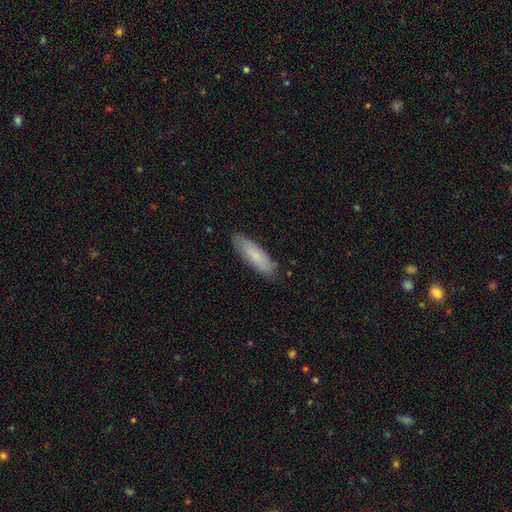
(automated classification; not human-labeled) smooth 76%, featured or disk 18%, star or artifact 6%. Down the decision tree: how rounded — cigar-shaped (55%); merging — none (85%).